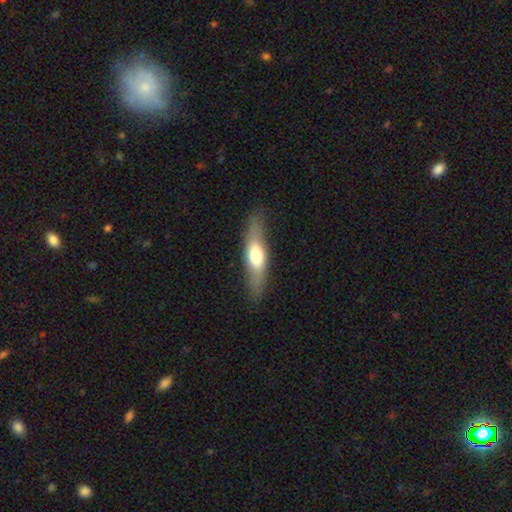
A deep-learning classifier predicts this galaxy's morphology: Smooth or featured? Predicted: smooth (p=0.54). How rounded? Predicted: cigar-shaped (p=0.65). Merging? Predicted: none (p=0.83).